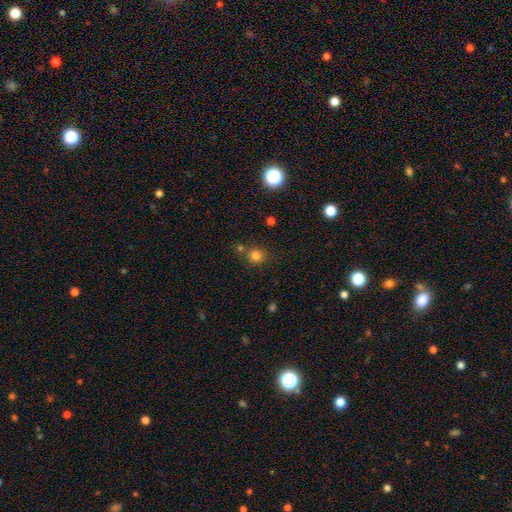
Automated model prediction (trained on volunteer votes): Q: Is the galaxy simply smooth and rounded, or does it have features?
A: smooth — 79%.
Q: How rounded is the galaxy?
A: round — 88%.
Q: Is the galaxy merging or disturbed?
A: none — 69%.